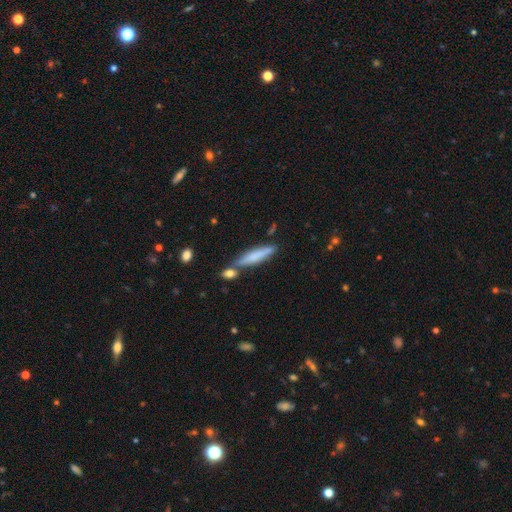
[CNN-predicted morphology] Smooth or featured? smooth (66%)
How rounded? cigar-shaped (86%)
Merging? none (68%)